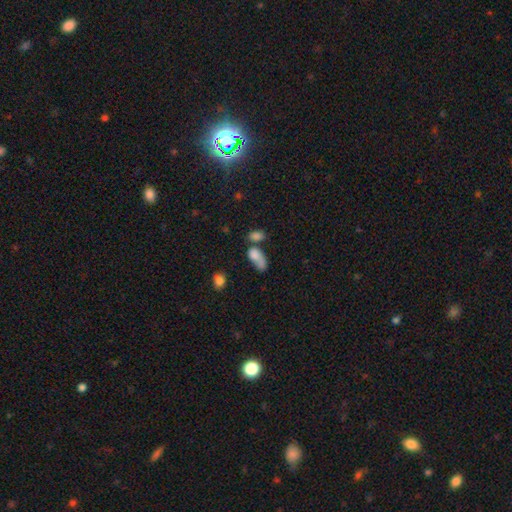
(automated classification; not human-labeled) Smooth or featured: smooth — 76% (featured or disk — 14%)
How rounded: in between — 83% (round — 12%)
Merging: merger — 44% (none — 23%)